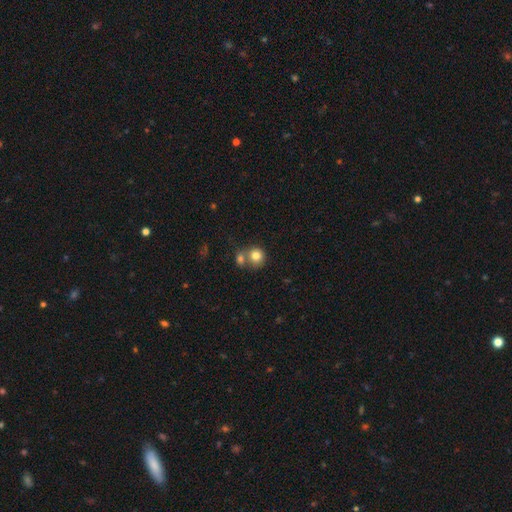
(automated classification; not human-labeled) Morphology: type=smooth (80%); roundness=round (83%); merging=none (45%).